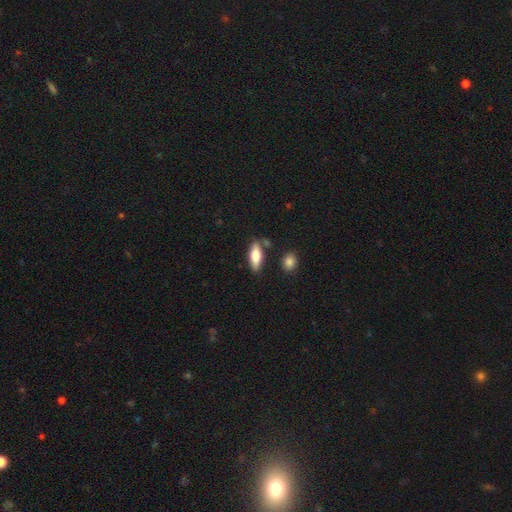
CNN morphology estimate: This appears to be a smooth galaxy with no disk features (72%) that is in between round and cigar-shaped (65%). Merging: none (78%).